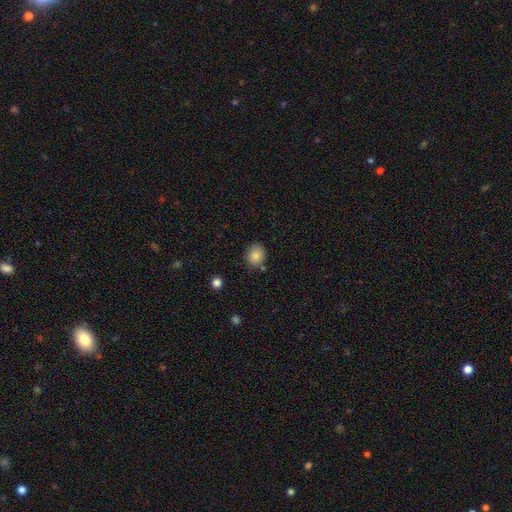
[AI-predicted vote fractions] A smooth galaxy with no disk features (86%) that is round (70%). Merging: none (81%).